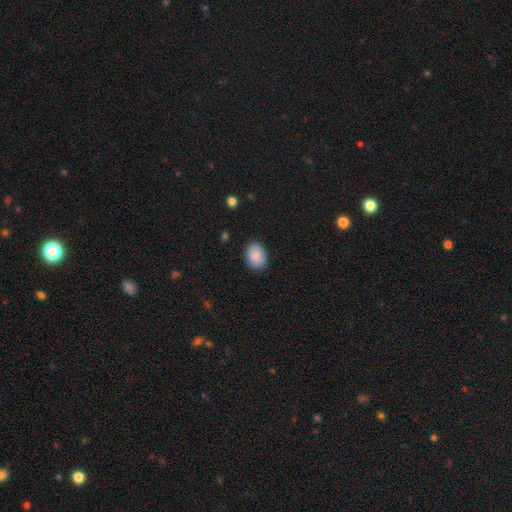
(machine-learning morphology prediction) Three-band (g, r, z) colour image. It shows a smooth galaxy with no disk features (87%) that is in between round and cigar-shaped (77%). Merging: none (86%).